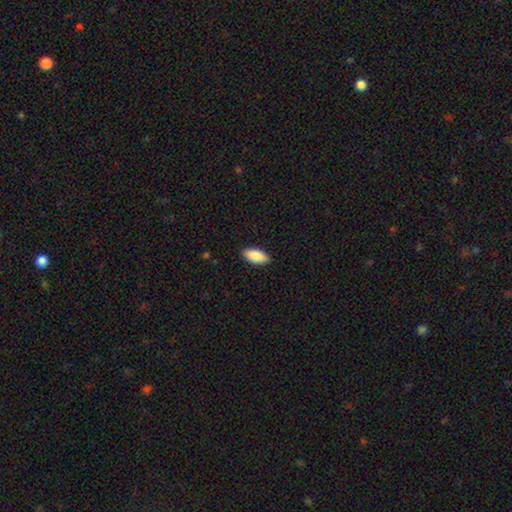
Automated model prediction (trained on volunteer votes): Morphology: type=smooth (87%); roundness=in between (90%); merging=none (88%).